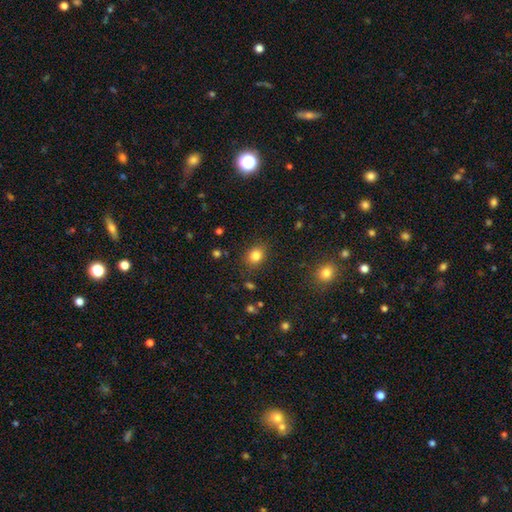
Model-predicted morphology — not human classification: smooth_or_featured: smooth (p=0.82) [alt: star or artifact p=0.12]
how_rounded: round (p=0.60) [alt: in between p=0.39]
merging: none (p=0.85) [alt: minor disturbance p=0.10]